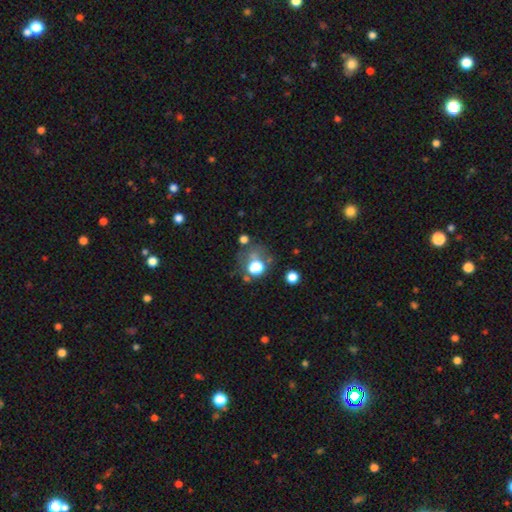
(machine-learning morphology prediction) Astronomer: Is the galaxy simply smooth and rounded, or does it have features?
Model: smooth — 51% (runner-up: star or artifact, 32%).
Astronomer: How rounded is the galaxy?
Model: round — 77%.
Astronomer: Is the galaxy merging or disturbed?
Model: none — 55%.